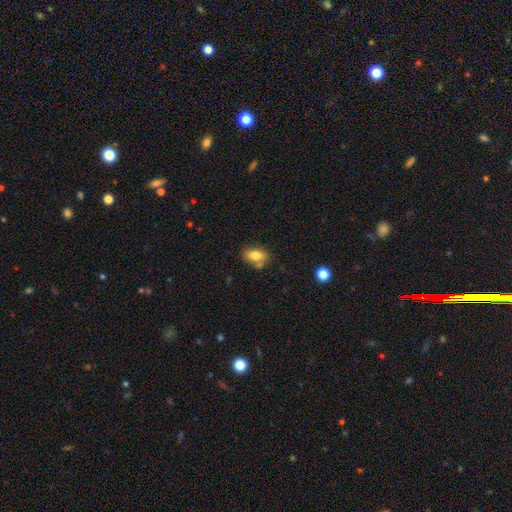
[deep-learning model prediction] smooth 76%, featured or disk 15%, star or artifact 8%. Down the decision tree: how rounded — in between (84%); merging — none (65%).